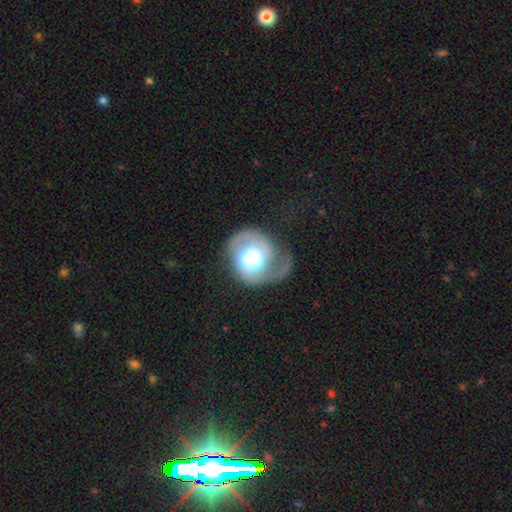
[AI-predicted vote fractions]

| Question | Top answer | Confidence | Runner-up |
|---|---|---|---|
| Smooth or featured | featured or disk | 57% | smooth (36%) |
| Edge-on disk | no | 98% | yes (2%) |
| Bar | no | 72% | weak (21%) |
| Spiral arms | yes | 74% | no (26%) |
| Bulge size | large | 50% | dominant (22%) |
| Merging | major disturbance | 41% | none (33%) |